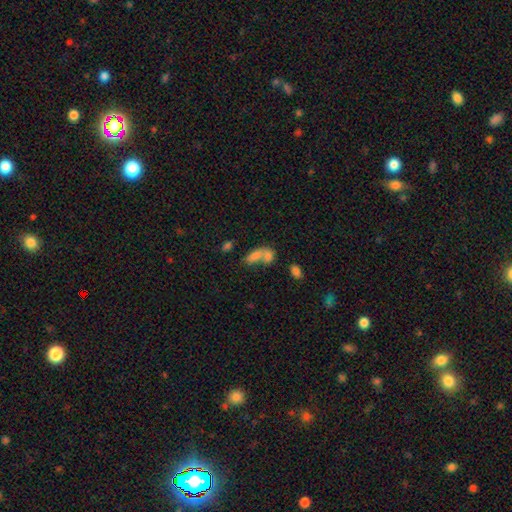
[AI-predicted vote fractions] Smooth or featured? smooth (73%)
How rounded? in between (80%)
Merging? merger (64%)